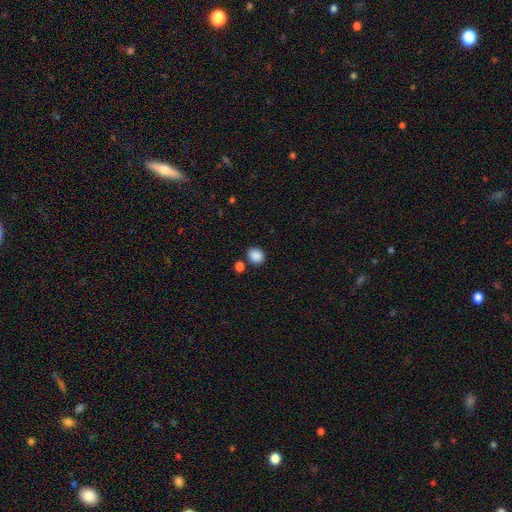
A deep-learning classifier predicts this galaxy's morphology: A smooth galaxy with no disk features (88%) that is round (69%). Merging: none (82%).